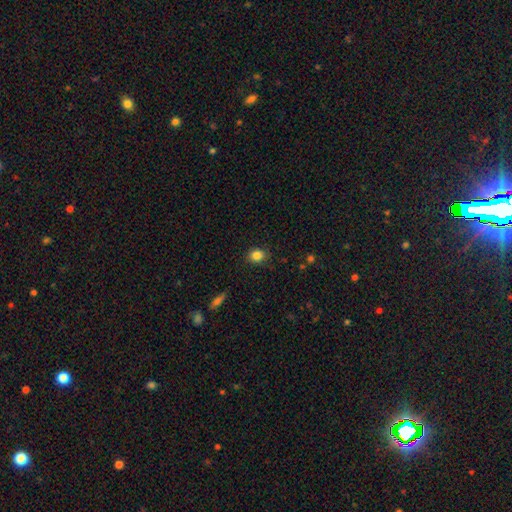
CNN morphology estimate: Q: Smooth or featured?
A: smooth (84%); runner-up: star or artifact (11%)
Q: How rounded?
A: round (64%); runner-up: in between (35%)
Q: Merging?
A: none (84%); runner-up: minor disturbance (12%)